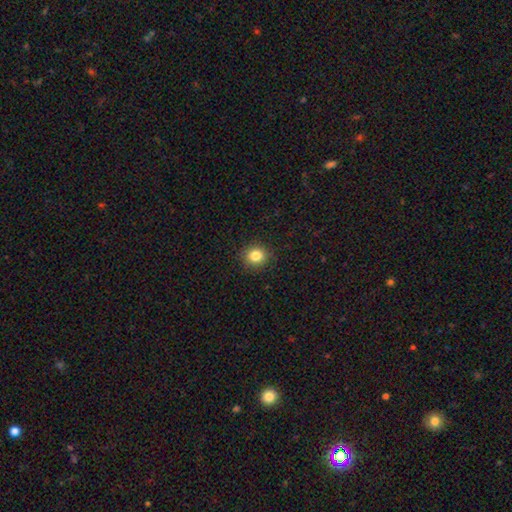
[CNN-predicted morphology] Smooth or featured?
  - smooth: 83% *
  - star or artifact: 11%
  - featured or disk: 6%
How rounded?
  - round: 86% *
  - in between: 13%
  - cigar-shaped: 1%
Merging?
  - none: 91% *
  - minor disturbance: 6%
  - major disturbance: 2%
  - merger: 1%